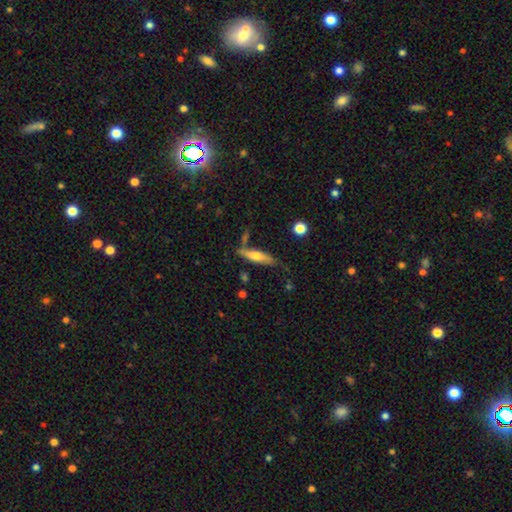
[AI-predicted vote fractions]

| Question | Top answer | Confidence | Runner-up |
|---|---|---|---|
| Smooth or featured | smooth | 52% | featured or disk (41%) |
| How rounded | cigar-shaped | 68% | in between (30%) |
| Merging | none | 65% | minor disturbance (21%) |